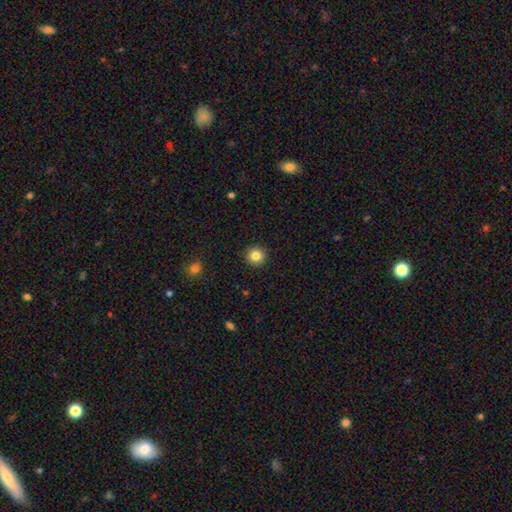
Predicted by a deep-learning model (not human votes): A smooth galaxy with no disk features (85%) that is round (95%). Merging: none (93%).